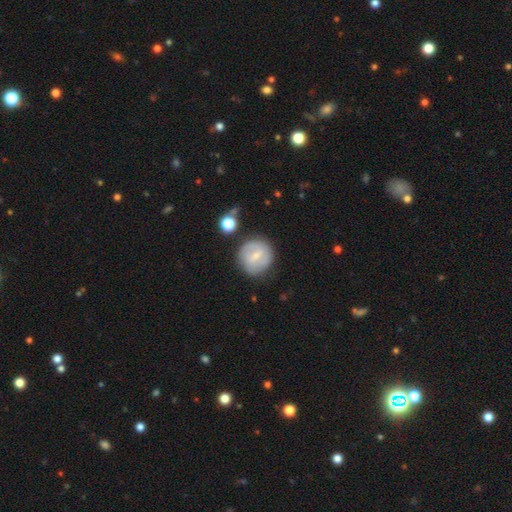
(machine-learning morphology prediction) This is possibly a featured or disk galaxy (47%). Merging: likely none (70%).